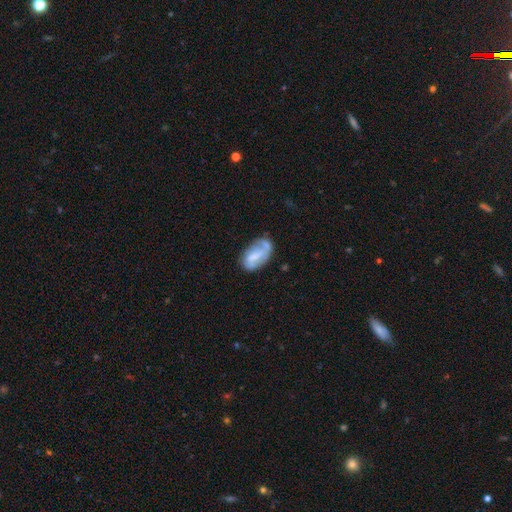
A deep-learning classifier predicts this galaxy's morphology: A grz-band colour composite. It shows a featured or disk galaxy (50%). Merging: none (46%).